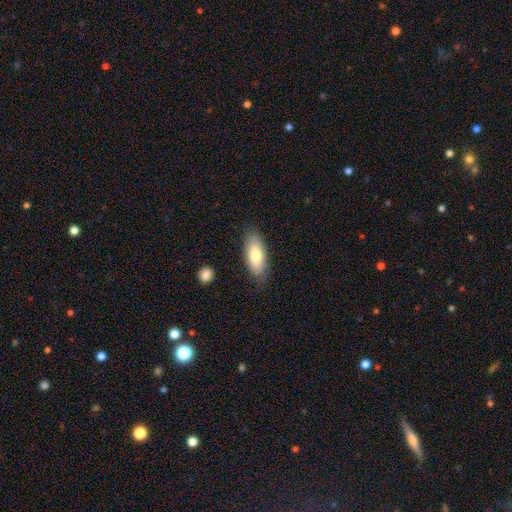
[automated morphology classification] Q: Smooth or featured?
A: smooth (75%); runner-up: featured or disk (19%)
Q: How rounded?
A: in between (84%); runner-up: cigar-shaped (13%)
Q: Merging?
A: none (81%); runner-up: minor disturbance (14%)